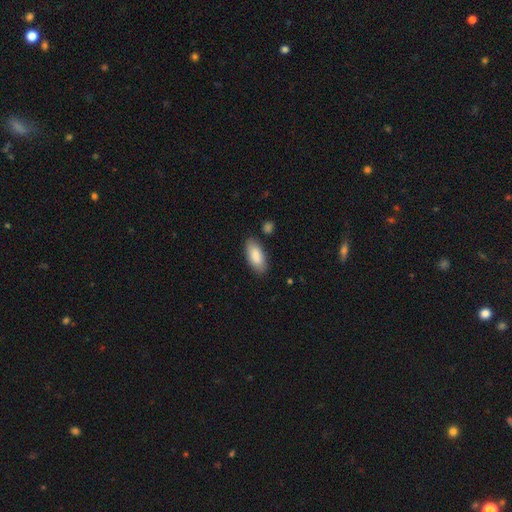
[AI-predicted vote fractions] The model was most divided on "merging": none: 83%, minor disturbance: 12%, merger: 3%, major disturbance: 3%. More confident: how rounded — in between (89%); smooth or featured — smooth (88%).